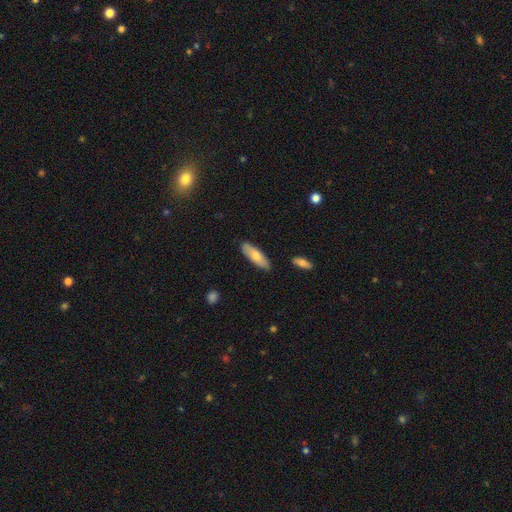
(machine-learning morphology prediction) This is likely a smooth galaxy (70%). How rounded: possibly in between (50%). Merging: clearly none (86%).